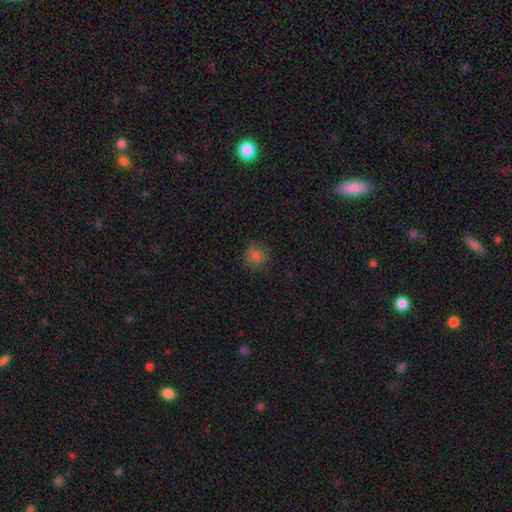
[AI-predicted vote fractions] Morphology: type=smooth (81%); roundness=round (88%); merging=none (80%).